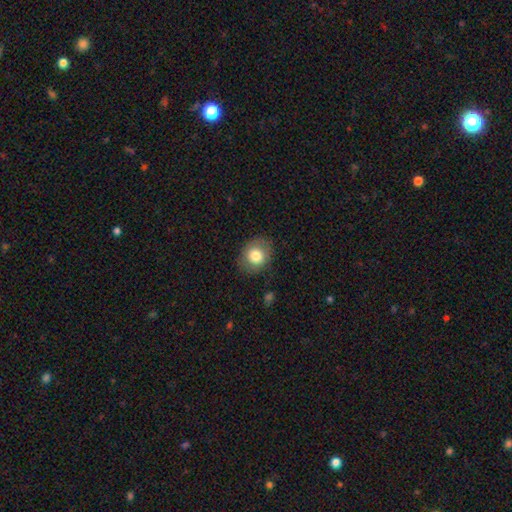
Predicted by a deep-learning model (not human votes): Smooth or featured: smooth — 78% (featured or disk — 14%)
How rounded: round — 67% (in between — 33%)
Merging: none — 81% (minor disturbance — 14%)